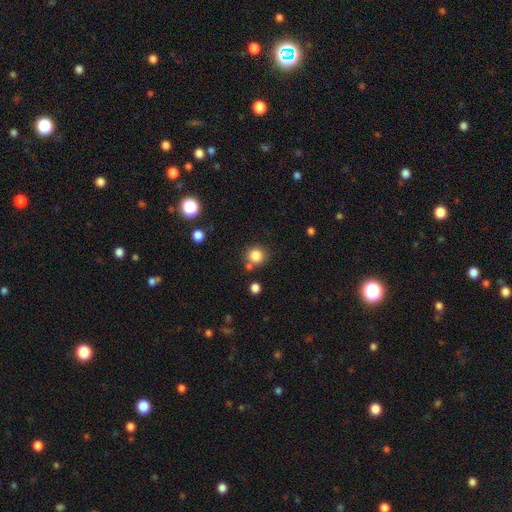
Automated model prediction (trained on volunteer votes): The model was most divided on "merging": none: 75%, merger: 12%, minor disturbance: 10%, major disturbance: 3%. More confident: how rounded — round (90%); smooth or featured — smooth (83%).